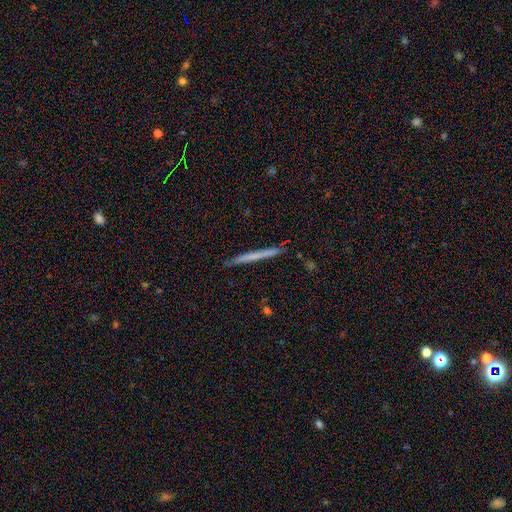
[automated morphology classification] The model was most divided on "smooth or featured": smooth: 54%, featured or disk: 40%, star or artifact: 6%. More confident: how rounded — cigar-shaped (97%); merging — none (91%).